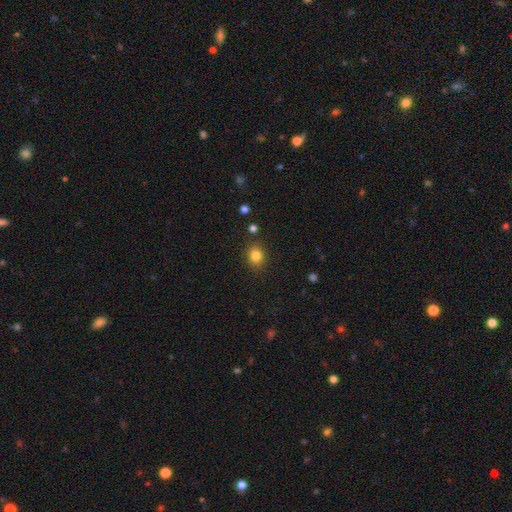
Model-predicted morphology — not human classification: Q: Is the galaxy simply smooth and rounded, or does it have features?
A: smooth — 83%.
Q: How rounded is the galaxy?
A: round — 67%.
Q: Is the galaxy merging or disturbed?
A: none — 86%.